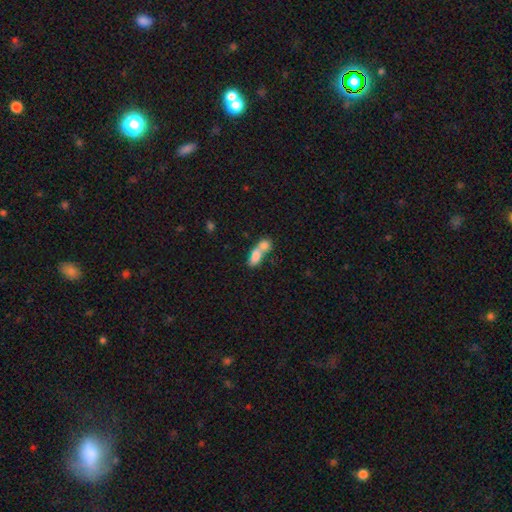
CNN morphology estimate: smooth-or-featured: smooth: 74% | featured or disk: 17% | star or artifact: 9%
  how-rounded: in between: 70% | round: 18% | cigar-shaped: 12%
  merging: merger: 75% | none: 15% | minor disturbance: 6% | major disturbance: 4%